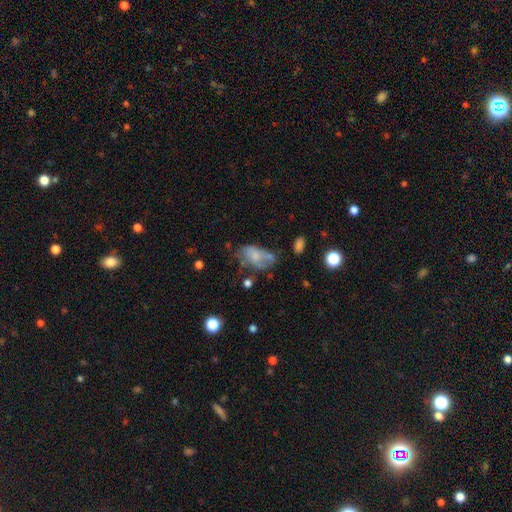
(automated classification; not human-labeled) smooth_or_featured: smooth (p=0.55) [alt: featured or disk p=0.35]
how_rounded: in between (p=0.90) [alt: round p=0.08]
merging: none (p=0.33) [alt: minor disturbance p=0.29]